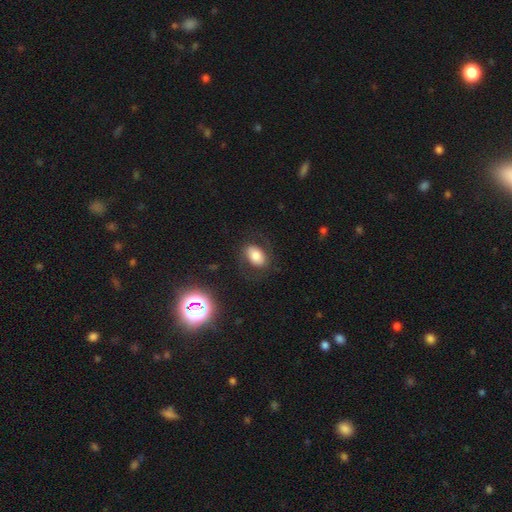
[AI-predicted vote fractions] Smooth or featured?
  - smooth: 66% *
  - featured or disk: 23%
  - star or artifact: 11%
How rounded?
  - in between: 84% *
  - round: 15%
  - cigar-shaped: 1%
Merging?
  - none: 75% *
  - minor disturbance: 14%
  - major disturbance: 10%
  - merger: 1%